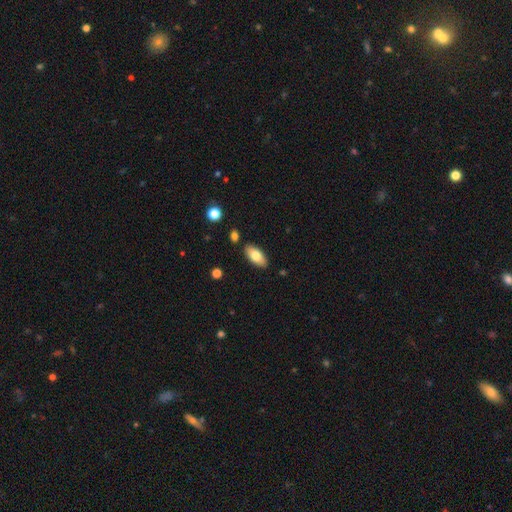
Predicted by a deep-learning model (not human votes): Smooth or featured: smooth — 75% (featured or disk — 18%)
How rounded: in between — 89% (cigar-shaped — 8%)
Merging: none — 86% (minor disturbance — 10%)